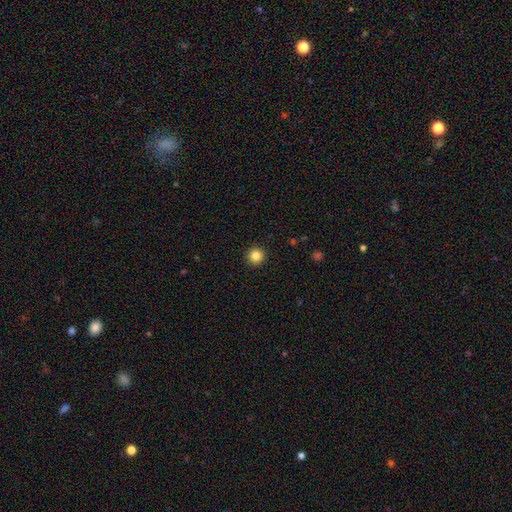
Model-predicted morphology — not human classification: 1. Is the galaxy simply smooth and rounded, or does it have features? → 84% smooth, 11% star or artifact, 5% featured or disk.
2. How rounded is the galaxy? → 96% round, 3% in between, 1% cigar-shaped.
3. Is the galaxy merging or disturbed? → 93% none, 4% minor disturbance, 1% major disturbance, 1% merger.